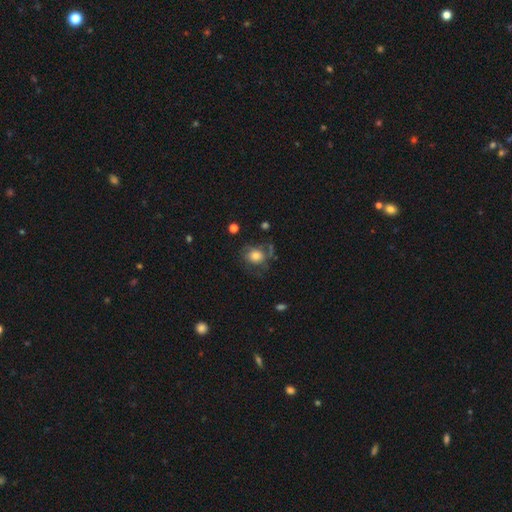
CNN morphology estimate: type=smooth (60%); roundness=round (68%); merging=none (52%).